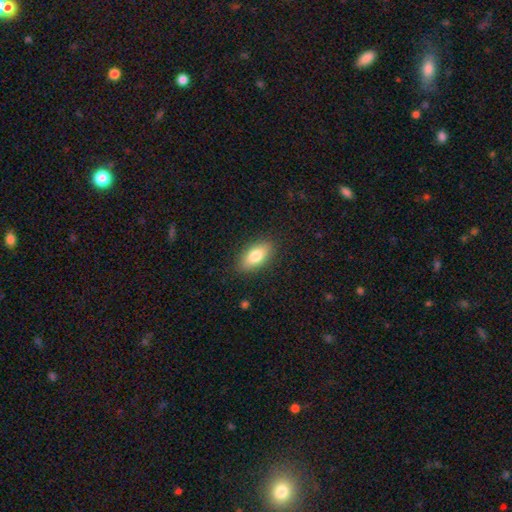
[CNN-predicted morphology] This appears to be a smooth galaxy with no disk features (79%) that is in between round and cigar-shaped (86%). Merging: none (87%).